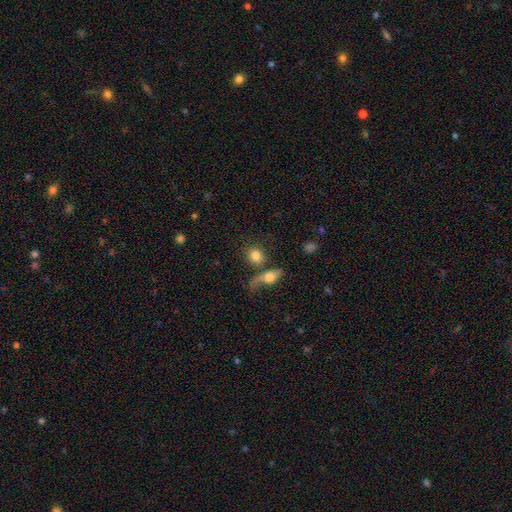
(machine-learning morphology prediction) This is likely a smooth galaxy (79%). How rounded: likely round (71%). Merging: possibly none (52%).